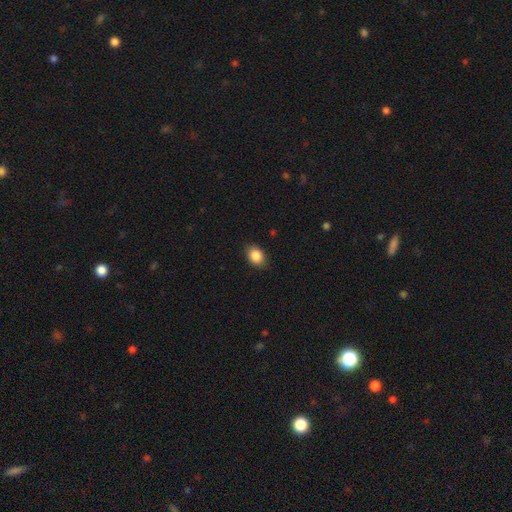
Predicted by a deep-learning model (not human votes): Q: Smooth or featured?
A: smooth (87%); runner-up: star or artifact (8%)
Q: How rounded?
A: in between (72%); runner-up: round (26%)
Q: Merging?
A: none (85%); runner-up: minor disturbance (12%)